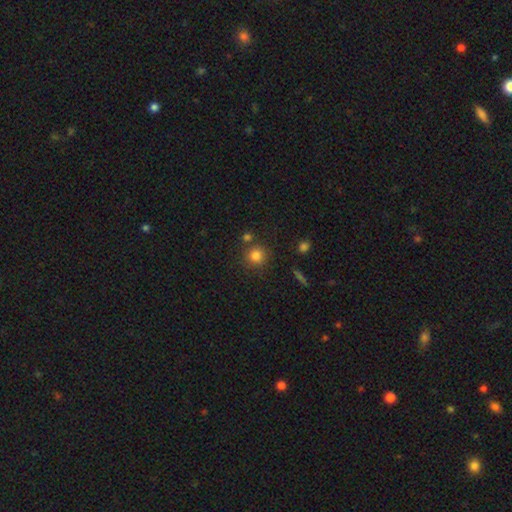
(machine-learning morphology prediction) Smooth or featured? Predicted: smooth (p=0.81). How rounded? Predicted: round (p=0.91). Merging? Predicted: none (p=0.77).